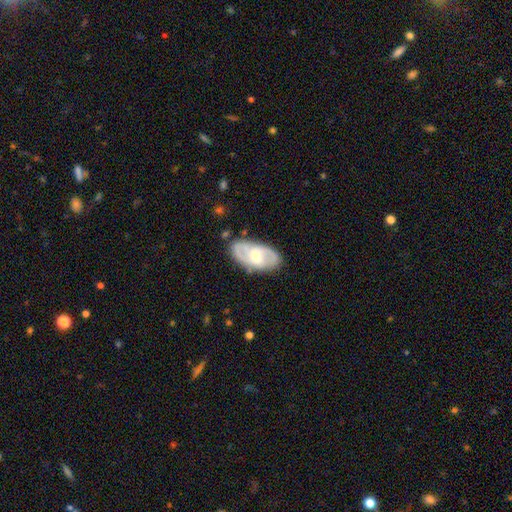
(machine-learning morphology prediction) This appears to be a featured or disk galaxy (72%) with a weak bar (48%), 2 (77%) medium (46%) spiral arms (84%) and a moderate central bulge (56%). Merging: none (80%).